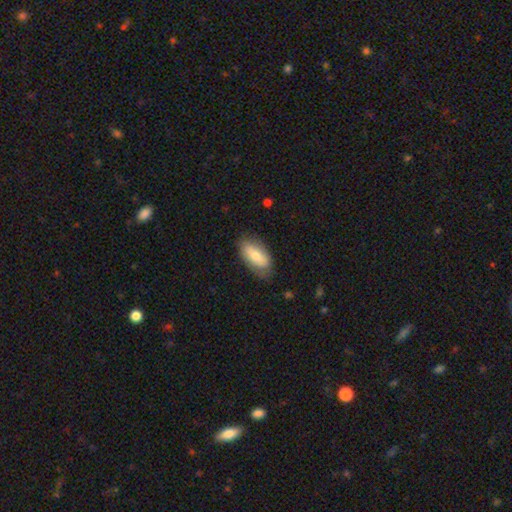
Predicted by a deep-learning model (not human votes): Smooth or featured?
  - smooth: 71% *
  - featured or disk: 22%
  - star or artifact: 6%
How rounded?
  - in between: 90% *
  - cigar-shaped: 7%
  - round: 3%
Merging?
  - none: 75% *
  - minor disturbance: 19%
  - major disturbance: 5%
  - merger: 1%